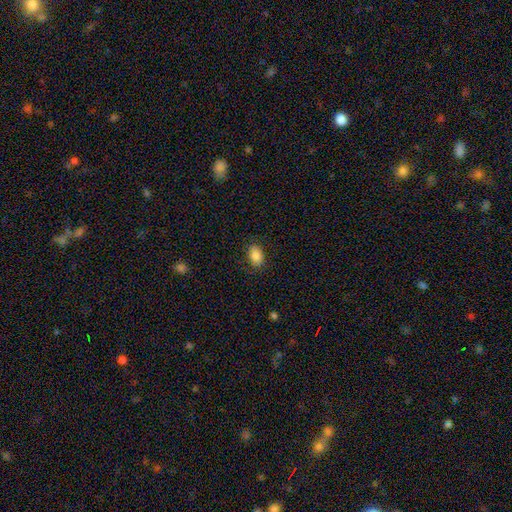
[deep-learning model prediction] The model was most divided on "how rounded": in between: 84%, round: 15%, cigar-shaped: 1%. More confident: smooth or featured — smooth (86%); merging — none (84%).